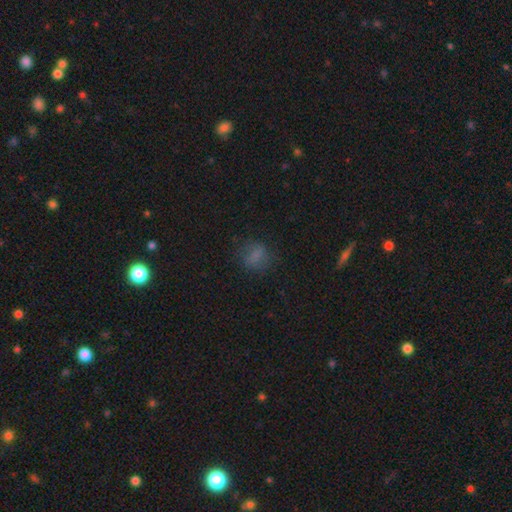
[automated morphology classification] smooth 71%, star or artifact 17%, featured or disk 12%. Down the decision tree: how rounded — round (58%); merging — none (72%).